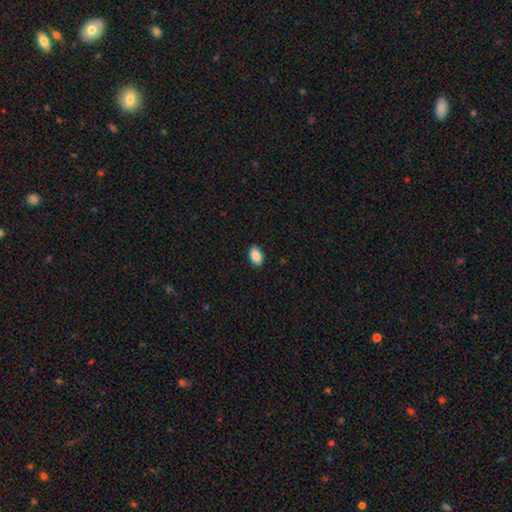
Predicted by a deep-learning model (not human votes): A smooth galaxy with no disk features (88%) that is in between round and cigar-shaped (91%).

Vote fractions:
- Smooth or featured? smooth: 88% / star or artifact: 7% / featured or disk: 4%
- How rounded? in between: 91% / round: 7% / cigar-shaped: 2%
- Merging? none: 90% / minor disturbance: 7% / major disturbance: 2% / merger: 1%